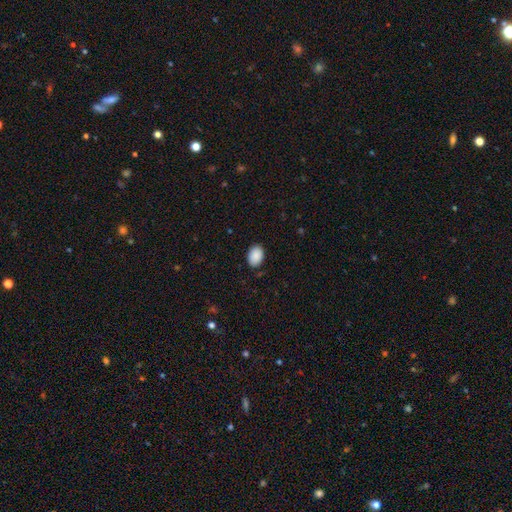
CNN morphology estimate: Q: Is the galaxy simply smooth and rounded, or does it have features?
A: smooth — 90%.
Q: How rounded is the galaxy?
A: in between — 79%.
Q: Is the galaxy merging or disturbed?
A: none — 87%.